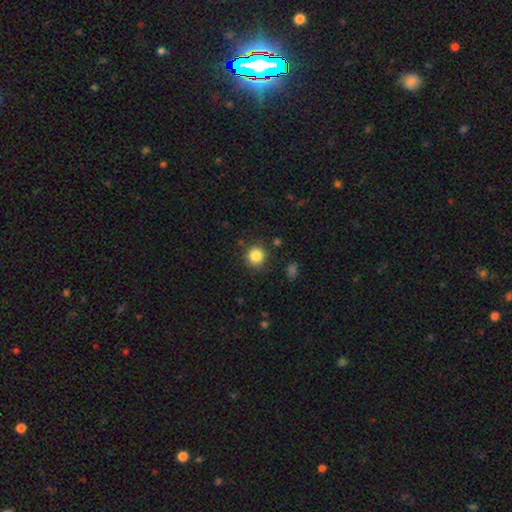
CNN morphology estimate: Q: Smooth or featured?
A: smooth (85%); runner-up: star or artifact (11%)
Q: How rounded?
A: round (91%); runner-up: in between (8%)
Q: Merging?
A: none (87%); runner-up: minor disturbance (8%)